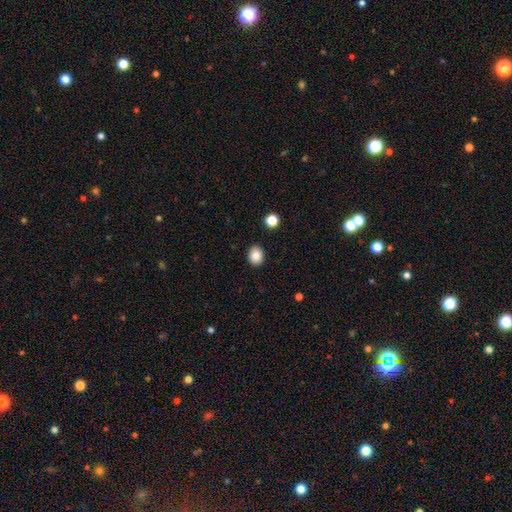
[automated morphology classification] smooth 87%, star or artifact 9%, featured or disk 4%. Down the decision tree: how rounded — round (55%); merging — none (89%).